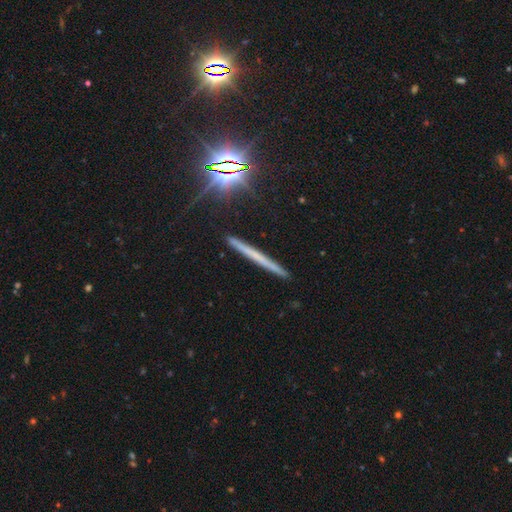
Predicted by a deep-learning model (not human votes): smooth-or-featured: featured or disk: 41% (tied) | smooth: 41% (tied) | star or artifact: 18%
  merging: none: 89% | minor disturbance: 8% | major disturbance: 1% | merger: 1%